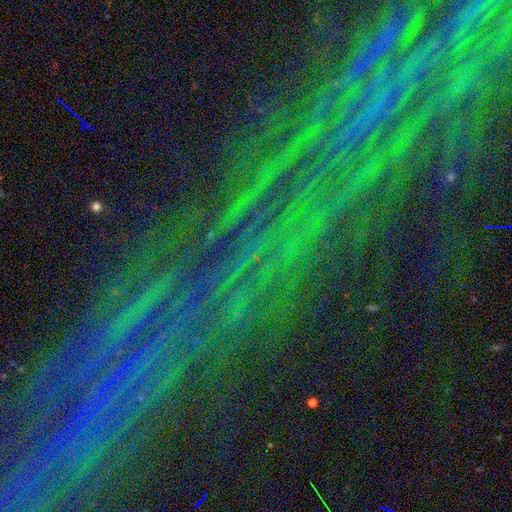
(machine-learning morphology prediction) This appears to be a star or artifact, not a galaxy (85%).